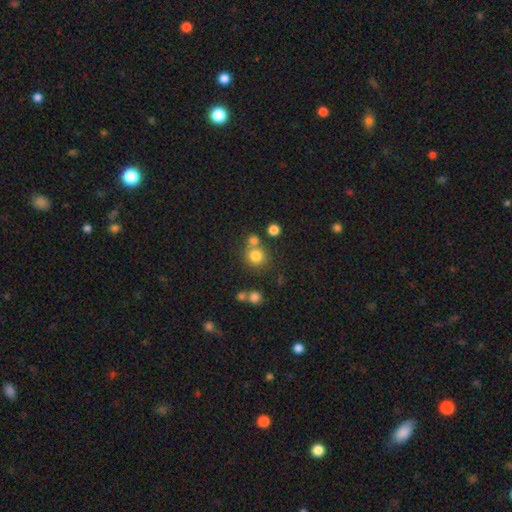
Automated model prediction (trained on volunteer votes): Smooth or featured: smooth — 78% (star or artifact — 14%)
How rounded: round — 90% (in between — 9%)
Merging: none — 65% (merger — 23%)